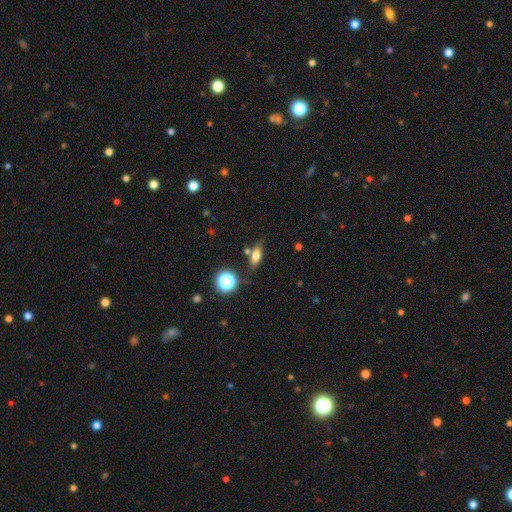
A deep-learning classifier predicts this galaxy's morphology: smooth_or_featured: smooth (p=0.69) [alt: featured or disk p=0.17]
how_rounded: in between (p=0.64) [alt: cigar-shaped p=0.25]
merging: none (p=0.74) [alt: minor disturbance p=0.14]